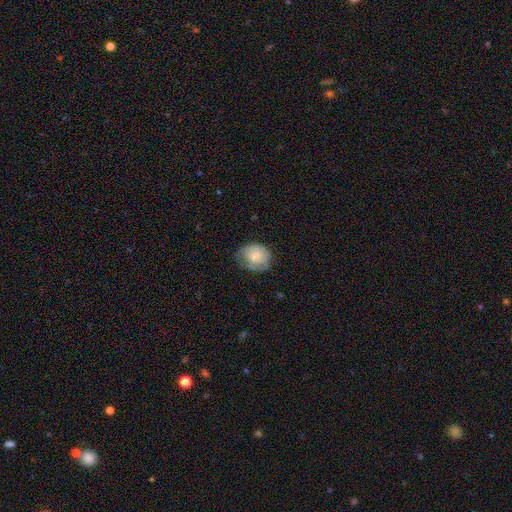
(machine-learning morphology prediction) A smooth galaxy with no disk features (64%) that is round (57%). Merging: none (56%).